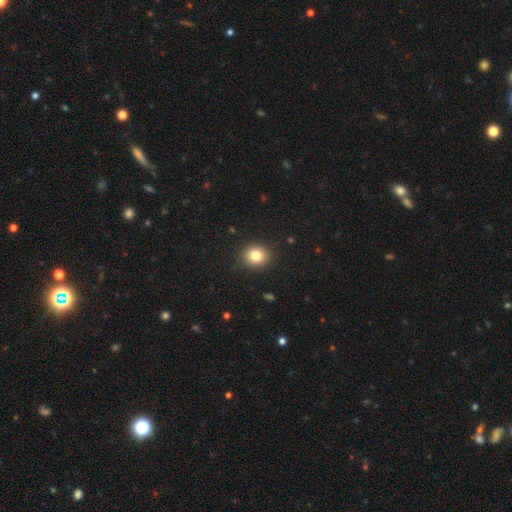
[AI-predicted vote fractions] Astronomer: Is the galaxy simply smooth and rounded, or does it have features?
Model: smooth — 81%.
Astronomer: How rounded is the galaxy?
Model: round — 75%.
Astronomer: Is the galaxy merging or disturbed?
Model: none — 89%.